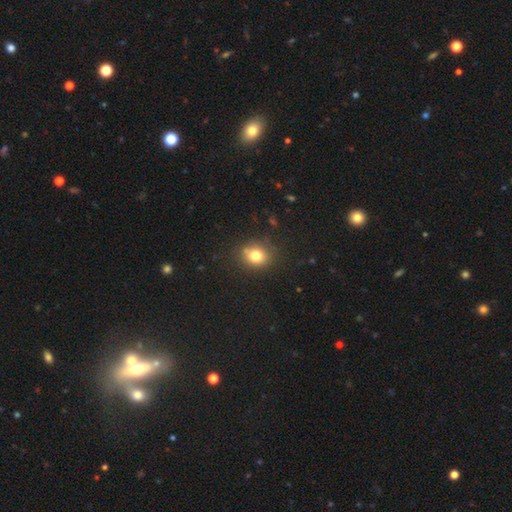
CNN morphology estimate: A smooth galaxy with no disk features (78%) that is round (71%). Merging: none (79%).